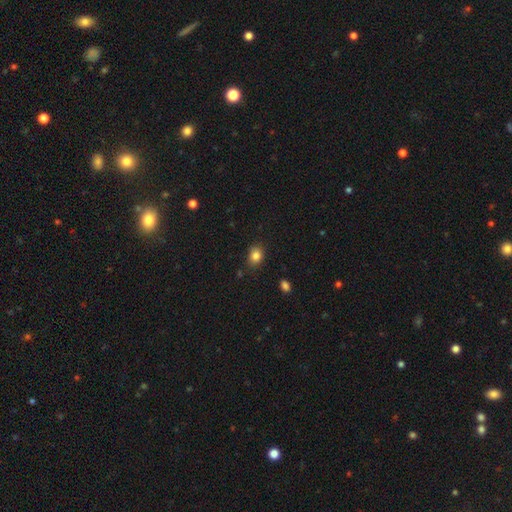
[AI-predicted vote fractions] Morphology: type=smooth (84%); roundness=in between (57%); merging=none (83%).